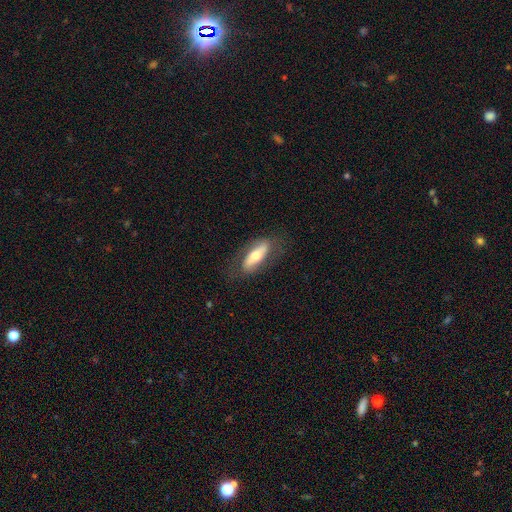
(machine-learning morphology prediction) Smooth or featured: smooth — 52% (featured or disk — 42%)
How rounded: in between — 62% (cigar-shaped — 35%)
Merging: none — 75% (minor disturbance — 17%)